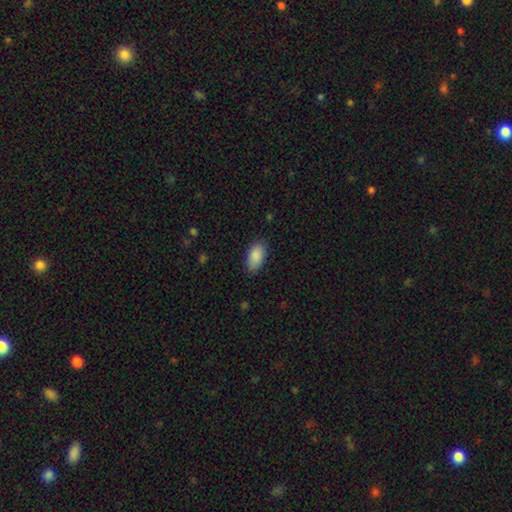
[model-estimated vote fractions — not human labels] The model was most divided on "merging": none: 82%, minor disturbance: 14%, major disturbance: 3%, merger: 1%. More confident: how rounded — in between (94%); smooth or featured — smooth (89%).